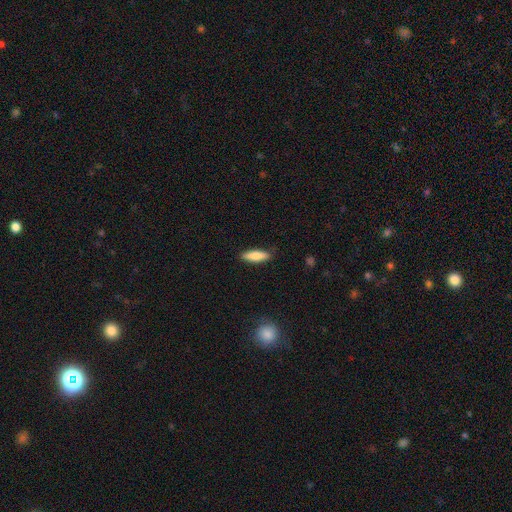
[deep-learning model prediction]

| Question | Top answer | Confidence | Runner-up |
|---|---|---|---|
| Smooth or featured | smooth | 81% | featured or disk (13%) |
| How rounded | cigar-shaped | 56% | in between (42%) |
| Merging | none | 86% | minor disturbance (11%) |